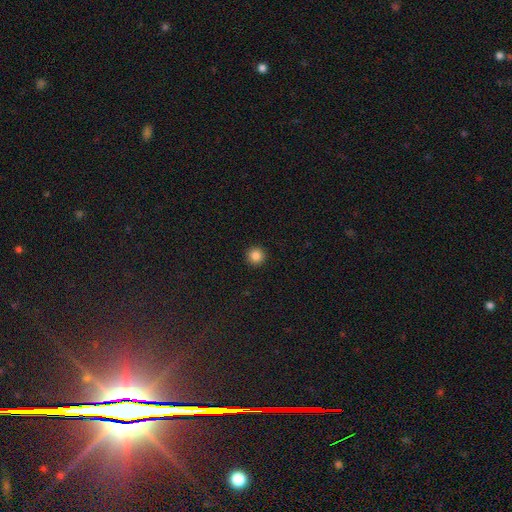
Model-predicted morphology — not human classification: This appears to be a smooth galaxy with no disk features (85%) that is round (96%). Merging: none (94%).